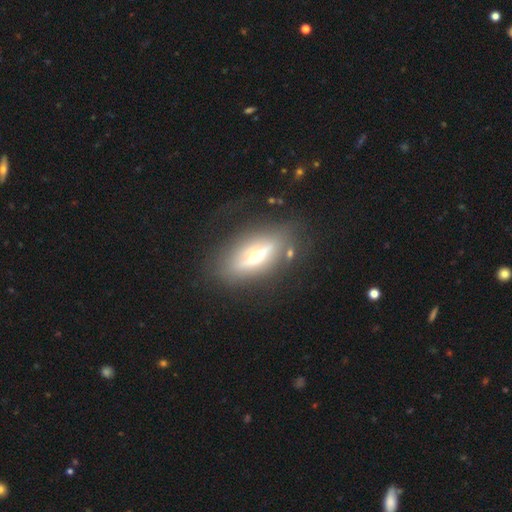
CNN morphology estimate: Smooth or featured? Predicted: featured or disk (p=0.65). Edge-on disk? Predicted: yes (p=0.72). Merging? Predicted: none (p=0.72).